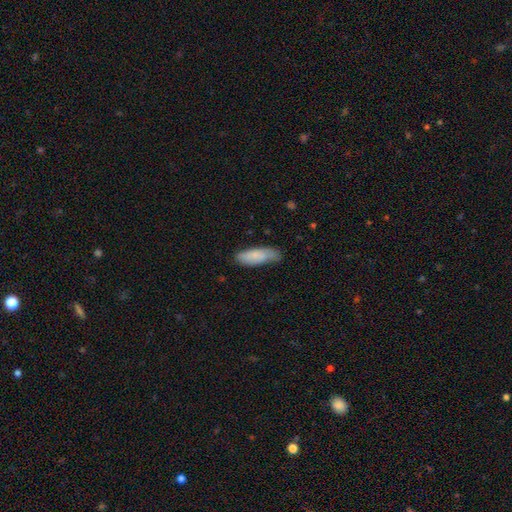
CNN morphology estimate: Q: Smooth or featured?
A: smooth (76%); runner-up: featured or disk (18%)
Q: How rounded?
A: in between (62%); runner-up: cigar-shaped (36%)
Q: Merging?
A: none (66%); runner-up: minor disturbance (28%)